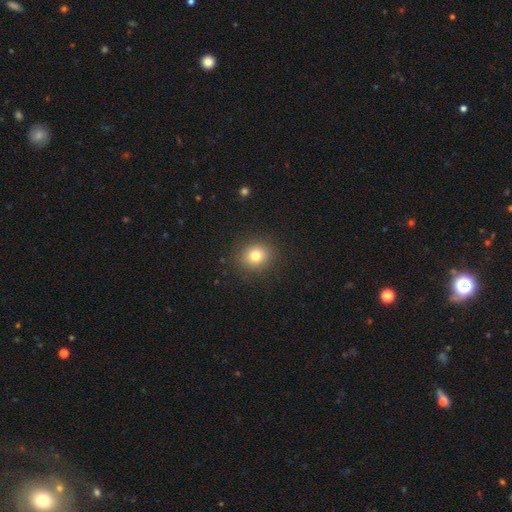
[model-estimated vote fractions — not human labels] Smooth or featured?
  - smooth: 79% *
  - star or artifact: 13%
  - featured or disk: 8%
How rounded?
  - round: 80% *
  - in between: 19%
  - cigar-shaped: 1%
Merging?
  - none: 90% *
  - minor disturbance: 7%
  - major disturbance: 3%
  - merger: 1%